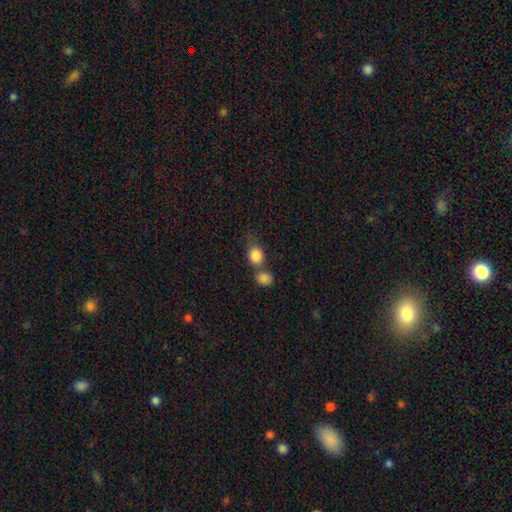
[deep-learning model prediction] A smooth galaxy with no disk features (83%) that is round (68%).

Vote fractions:
- Smooth or featured? smooth: 83% / star or artifact: 9% / featured or disk: 8%
- How rounded? round: 68% / in between: 30% / cigar-shaped: 2%
- Merging? merger: 47% / none: 36% / minor disturbance: 11% / major disturbance: 6%